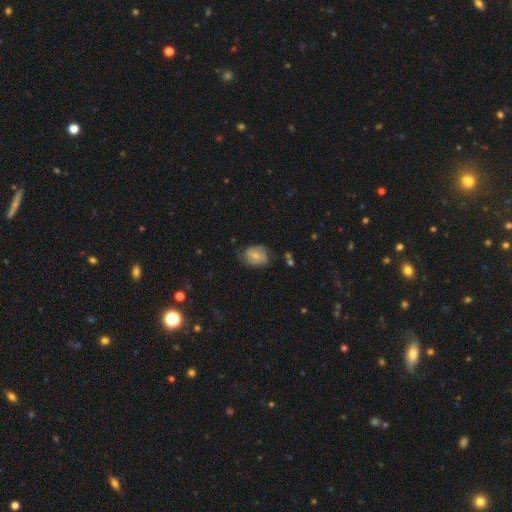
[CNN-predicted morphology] A smooth galaxy with no disk features (58%) that is in between round and cigar-shaped (58%). Merging: none (56%).